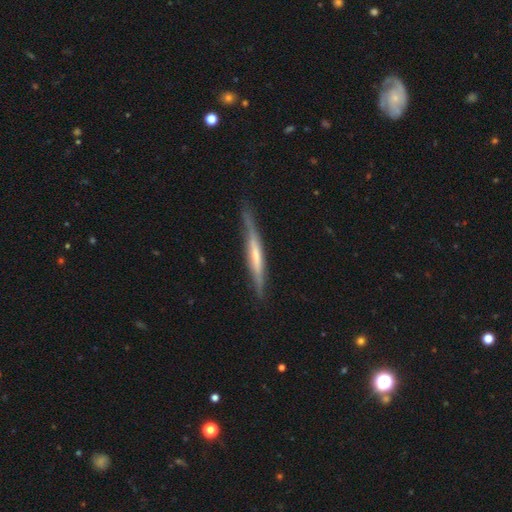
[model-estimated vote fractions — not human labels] Smooth or featured? Predicted: featured or disk (p=0.61). Edge-on disk? Predicted: yes (p=0.93). Edge-on bulge? Predicted: none (p=0.56). Merging? Predicted: none (p=0.78).